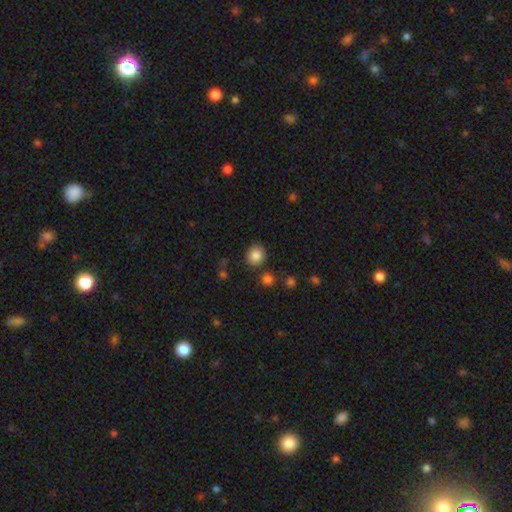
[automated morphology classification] Smooth or featured?
  - smooth: 84% *
  - star or artifact: 10%
  - featured or disk: 6%
How rounded?
  - round: 83% *
  - in between: 16%
  - cigar-shaped: 1%
Merging?
  - none: 83% *
  - minor disturbance: 9%
  - merger: 5%
  - major disturbance: 3%